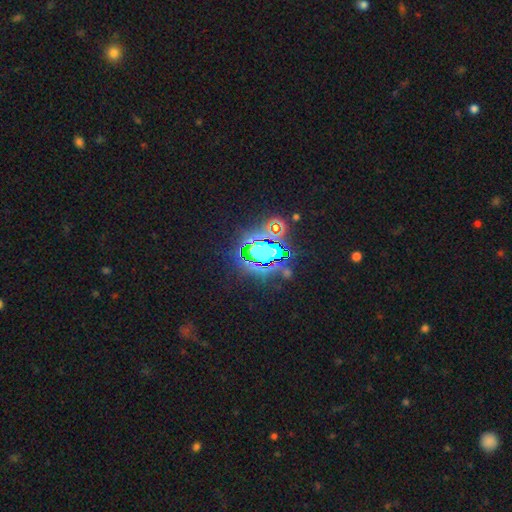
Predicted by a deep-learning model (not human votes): Overall: star or artifact (71%).